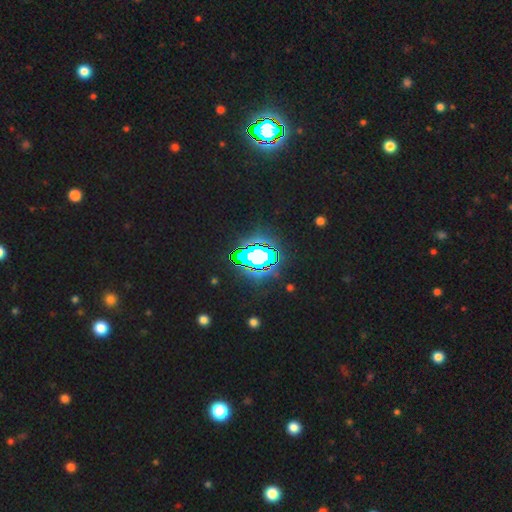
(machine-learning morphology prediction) Smooth or featured: star or artifact — 72% (smooth — 15%)